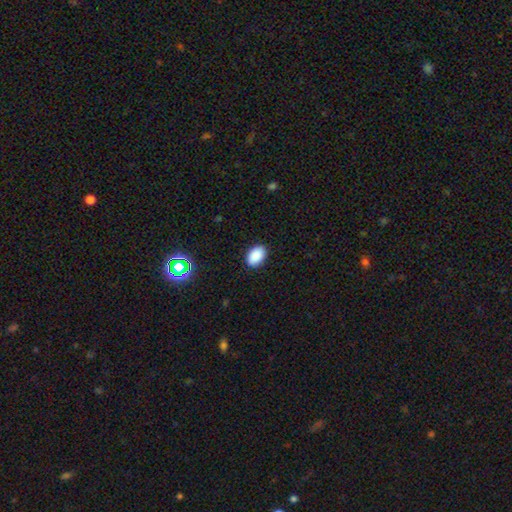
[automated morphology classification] A smooth galaxy with no disk features (88%) that is in between round and cigar-shaped (88%).

Vote fractions:
- Smooth or featured? smooth: 88% / star or artifact: 9% / featured or disk: 3%
- How rounded? in between: 88% / round: 11% / cigar-shaped: 1%
- Merging? none: 89% / minor disturbance: 8% / major disturbance: 2% / merger: 1%